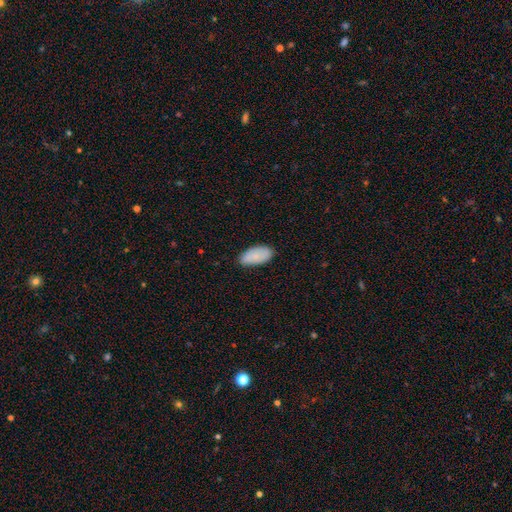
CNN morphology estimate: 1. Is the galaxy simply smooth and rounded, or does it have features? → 83% smooth, 11% featured or disk, 6% star or artifact.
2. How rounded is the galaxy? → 94% in between, 5% cigar-shaped, 2% round.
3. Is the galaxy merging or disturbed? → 83% none, 14% minor disturbance, 2% major disturbance, 1% merger.